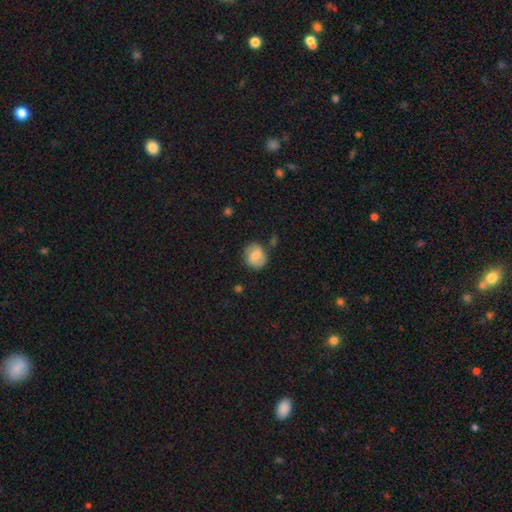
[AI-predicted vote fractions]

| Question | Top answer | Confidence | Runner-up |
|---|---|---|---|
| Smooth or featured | smooth | 62% | featured or disk (30%) |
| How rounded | round | 70% | in between (29%) |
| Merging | none | 71% | minor disturbance (19%) |